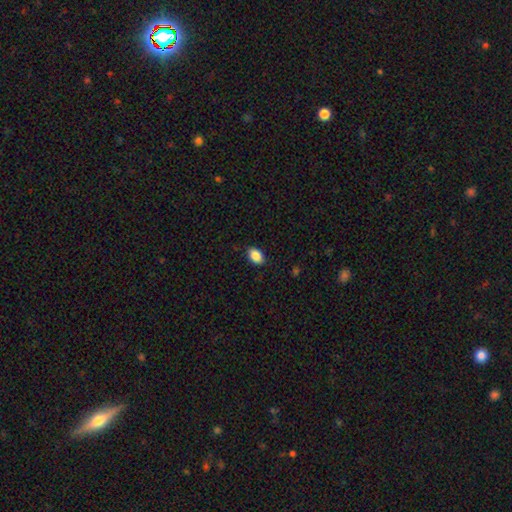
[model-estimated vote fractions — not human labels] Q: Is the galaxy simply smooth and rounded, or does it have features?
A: smooth — 89%.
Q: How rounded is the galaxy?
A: in between — 87%.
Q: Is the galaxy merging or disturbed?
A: none — 86%.